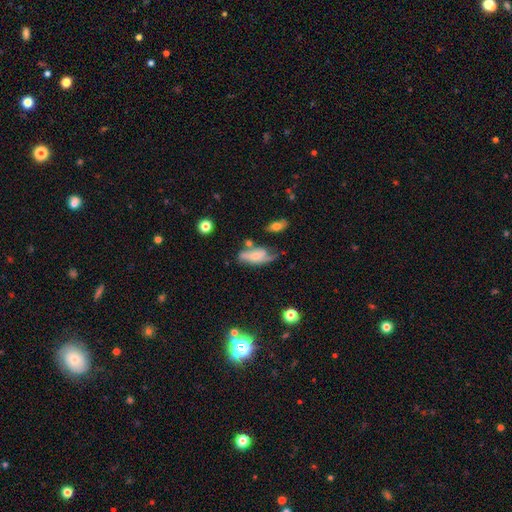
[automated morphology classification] This is possibly a featured or disk galaxy (46%, tied with smooth). Merging: marginally none (36%).